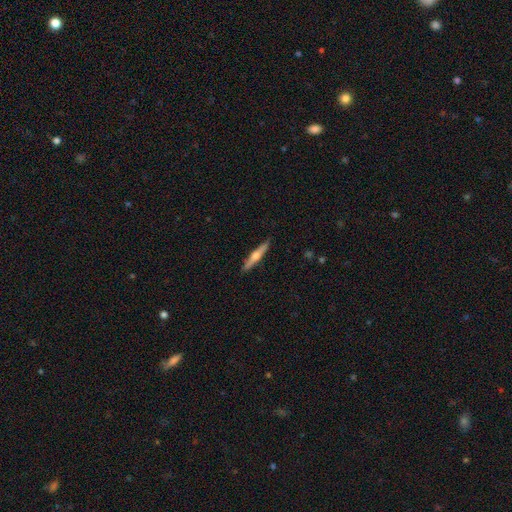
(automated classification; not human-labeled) Smooth or featured?
  - featured or disk: 62% *
  - smooth: 33%
  - star or artifact: 5%
Edge-on disk?
  - yes: 97% *
  - no: 3%
Edge-on bulge?
  - rounded: 91% *
  - none: 6%
  - boxy: 3%
Merging?
  - none: 91% *
  - minor disturbance: 7%
  - major disturbance: 1%
  - merger: 1%